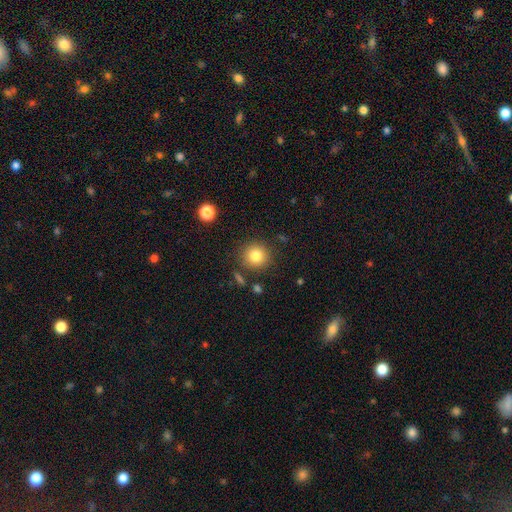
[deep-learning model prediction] Smooth or featured? Predicted: smooth (p=0.82). How rounded? Predicted: round (p=0.92). Merging? Predicted: none (p=0.84).